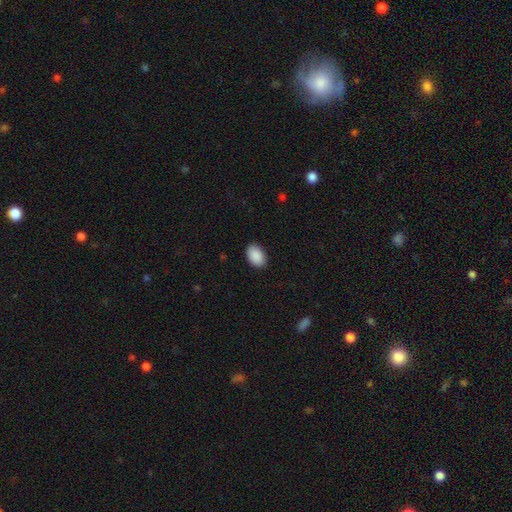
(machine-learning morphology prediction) smooth_or_featured: smooth (p=0.91) [alt: star or artifact p=0.06]
how_rounded: in between (p=0.88) [alt: round p=0.11]
merging: none (p=0.88) [alt: minor disturbance p=0.09]